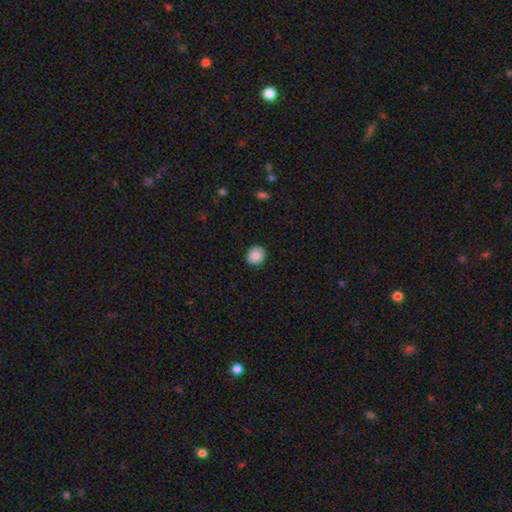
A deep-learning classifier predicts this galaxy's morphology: Q: Smooth or featured?
A: smooth (79%); runner-up: featured or disk (14%)
Q: How rounded?
A: round (78%); runner-up: in between (21%)
Q: Merging?
A: none (89%); runner-up: minor disturbance (9%)